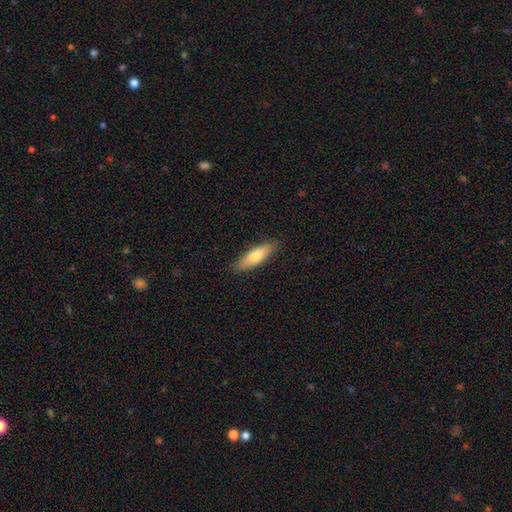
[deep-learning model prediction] Morphology: type=smooth (70%); roundness=cigar-shaped (55%); merging=none (87%).